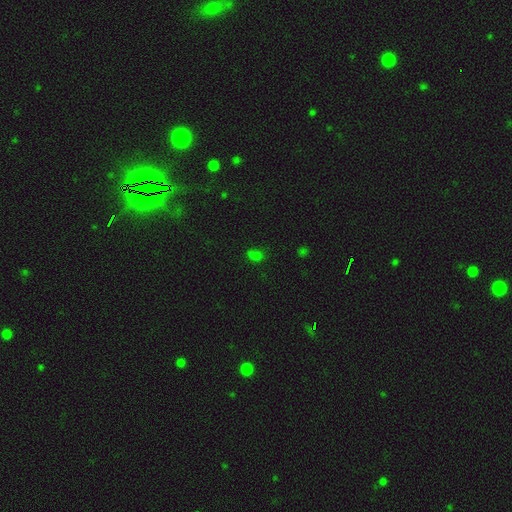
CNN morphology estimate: This is likely a smooth galaxy (63%). How rounded: likely in between (64%). Merging: likely none (63%).